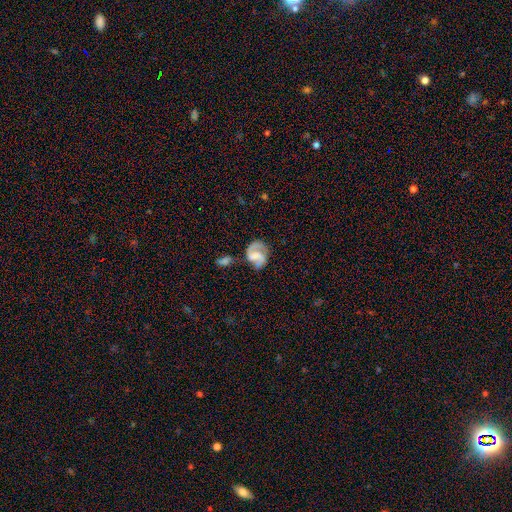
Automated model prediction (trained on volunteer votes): Smooth or featured?
  - featured or disk: 81% *
  - smooth: 13%
  - star or artifact: 6%
Edge-on disk?
  - no: 98% *
  - yes: 2%
Bar?
  - weak: 45% *
  - no: 33%
  - strong: 22%
Spiral arms?
  - yes: 95% *
  - no: 5%
Spiral winding?
  - medium: 51% *
  - tight: 26%
  - loose: 23%
Spiral arm count?
  - 2: 85% *
  - 1: 8%
  - can't tell: 4%
  - 3: 1%
  - 4: 1%
  - more than 4: 1%
Bulge size?
  - none: 41% *
  - moderate: 24%
  - small: 23%
  - large: 9%
  - dominant: 2%
Merging?
  - none: 58% *
  - minor disturbance: 19%
  - major disturbance: 12%
  - merger: 11%